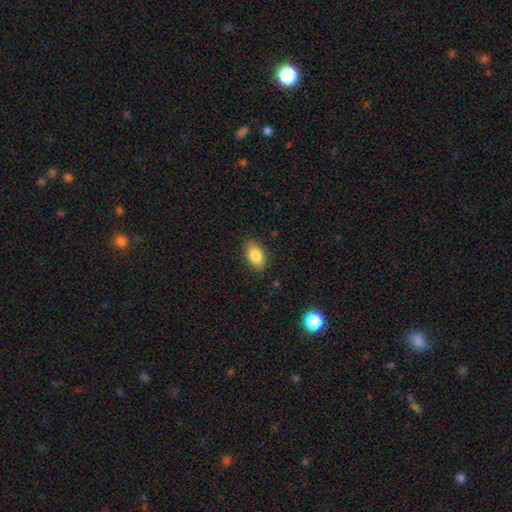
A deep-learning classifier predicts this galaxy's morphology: smooth_or_featured: smooth (p=0.86) [alt: star or artifact p=0.08]
how_rounded: in between (p=0.89) [alt: round p=0.09]
merging: none (p=0.85) [alt: minor disturbance p=0.11]